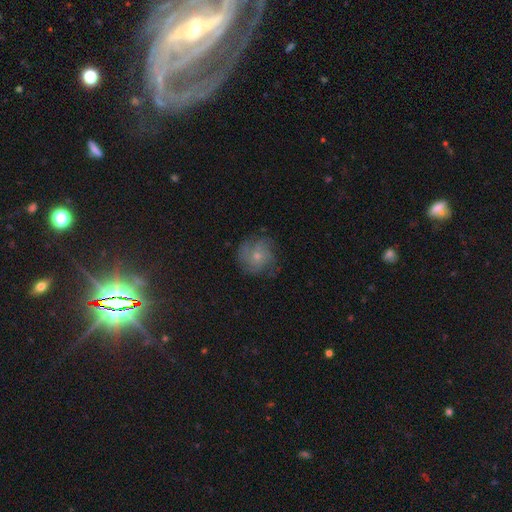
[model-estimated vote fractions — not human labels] featured or disk 54%, smooth 34%, star or artifact 11%. Down the decision tree: edge-on disk — no (97%); bar — no (84%); spiral arms — yes (85%); bulge size — small (64%); merging — none (71%).